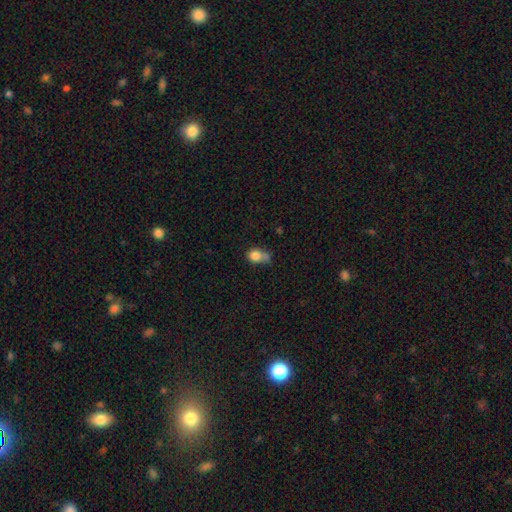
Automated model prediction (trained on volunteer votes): Overall: smooth (80%). How rounded: round (50%; in between 48%). Merging: none (36%; minor disturbance 26%).